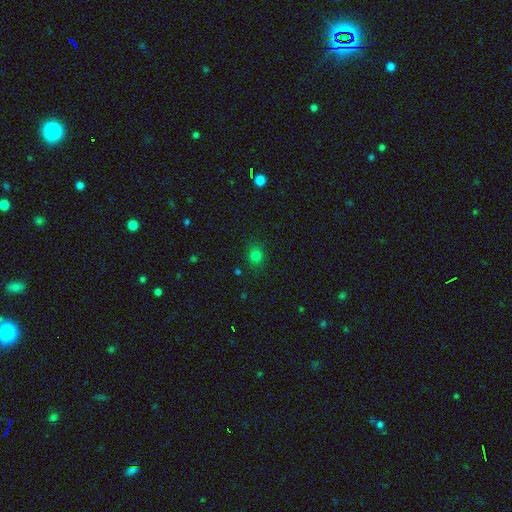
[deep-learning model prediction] Smooth or featured? Predicted: smooth (p=0.78). How rounded? Predicted: round (p=0.76). Merging? Predicted: none (p=0.86).